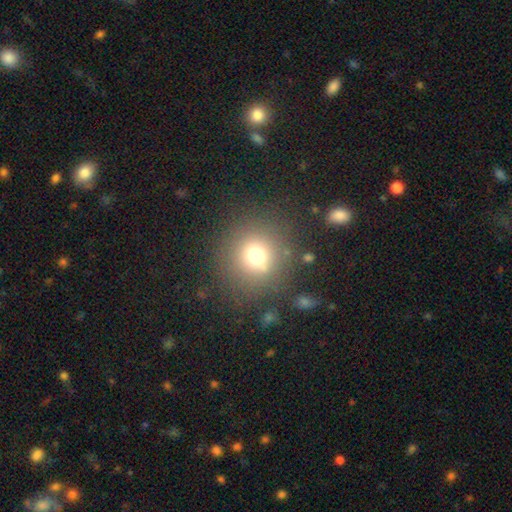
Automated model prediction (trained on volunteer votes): This appears to be a smooth galaxy with no disk features (71%) that is round (92%). Merging: none (80%).